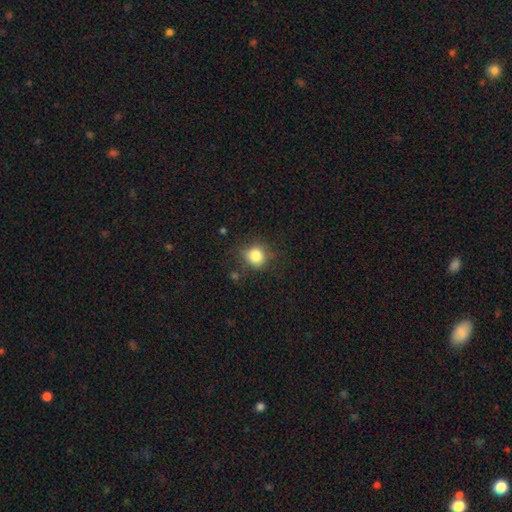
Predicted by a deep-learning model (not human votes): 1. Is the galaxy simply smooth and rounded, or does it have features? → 82% smooth, 12% star or artifact, 7% featured or disk.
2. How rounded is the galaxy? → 83% round, 16% in between, 1% cigar-shaped.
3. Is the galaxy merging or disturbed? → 74% none, 18% minor disturbance, 6% major disturbance, 3% merger.